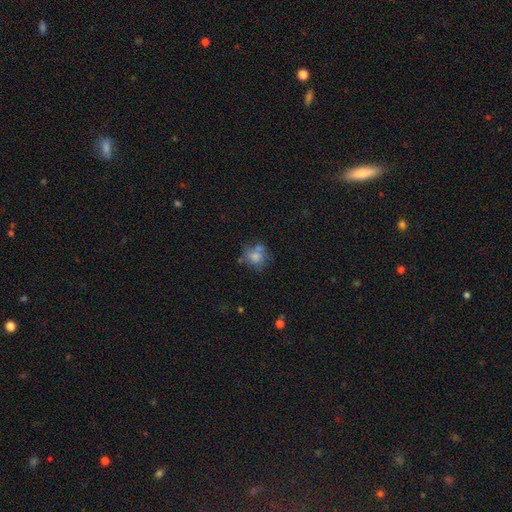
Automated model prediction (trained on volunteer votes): The model was most divided on "merging": none: 49%, minor disturbance: 22%, merger: 15%, major disturbance: 14%. More confident: how rounded — round (70%); smooth or featured — smooth (65%).